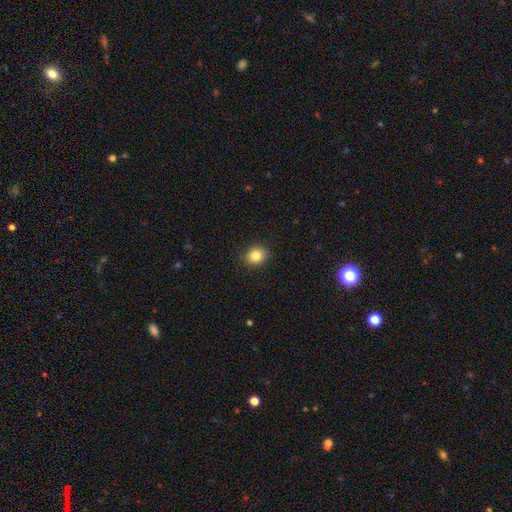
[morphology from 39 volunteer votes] smooth_or_featured: smooth (p=0.90) [alt: featured or disk p=0.05]
how_rounded: round (p=0.60) [alt: in between p=0.37]
merging: none (p=0.76) [alt: minor disturbance p=0.22]